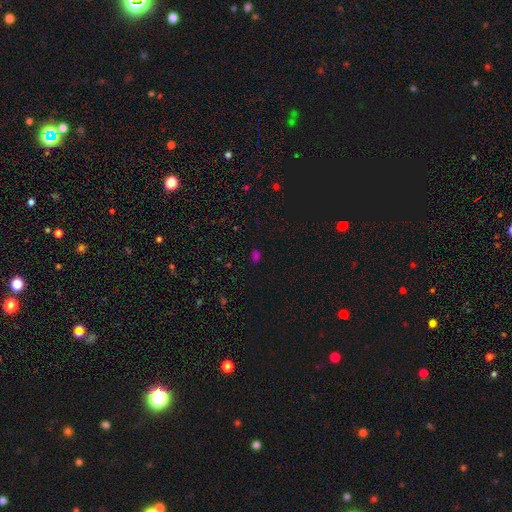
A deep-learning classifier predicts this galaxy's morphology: Smooth or featured?
  - smooth: 63% *
  - star or artifact: 32%
  - featured or disk: 5%
How rounded?
  - in between: 78% *
  - round: 20%
  - cigar-shaped: 2%
Merging?
  - none: 81% *
  - minor disturbance: 12%
  - major disturbance: 4%
  - merger: 2%